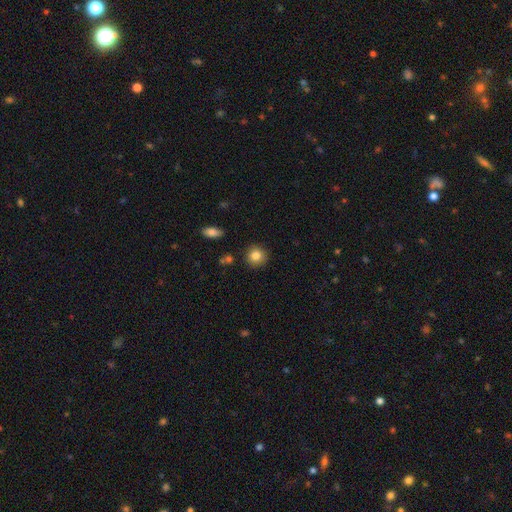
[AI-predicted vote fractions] Smooth or featured: smooth — 84% (star or artifact — 9%)
How rounded: round — 91% (in between — 8%)
Merging: none — 89% (minor disturbance — 7%)